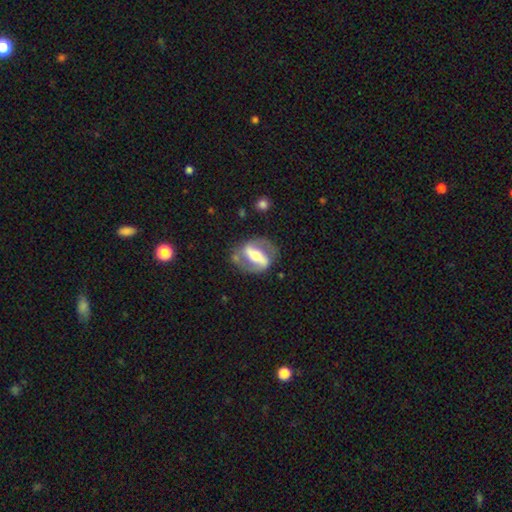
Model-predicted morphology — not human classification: Overall: featured or disk (81%). Edge-on disk: no (91%). Bar: strong (72%). Spiral arms: yes (78%). Spiral arm count: 2 (88%). Spiral winding: medium (47%; tight 28%). Bulge size: moderate (57%; small 20%). Merging: none (76%).